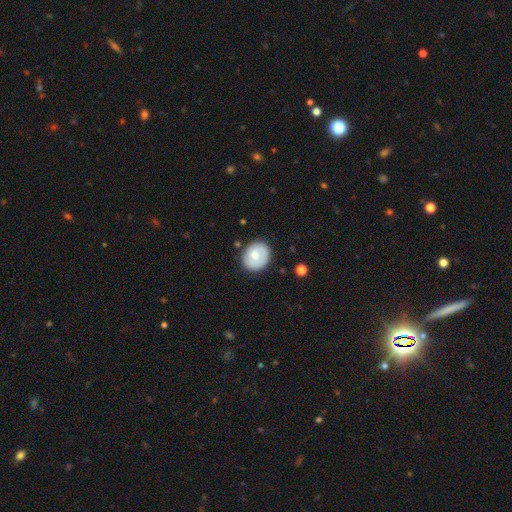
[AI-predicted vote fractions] This appears to be a smooth galaxy with no disk features (64%) that is round (69%). Merging: none (79%).